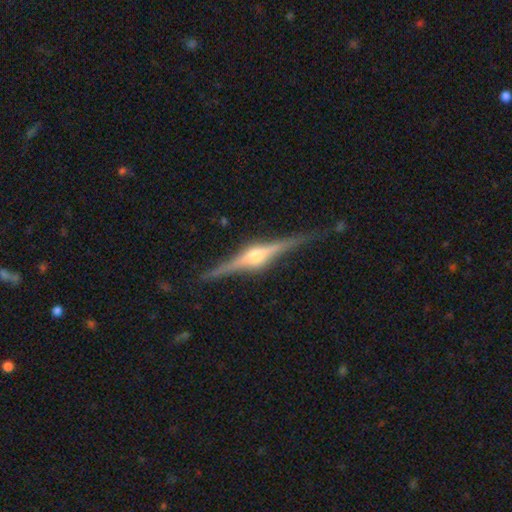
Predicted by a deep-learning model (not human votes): featured or disk 86%, smooth 9%, star or artifact 5%. Down the decision tree: edge-on disk — yes (98%); edge-on bulge — rounded (92%); merging — none (88%).